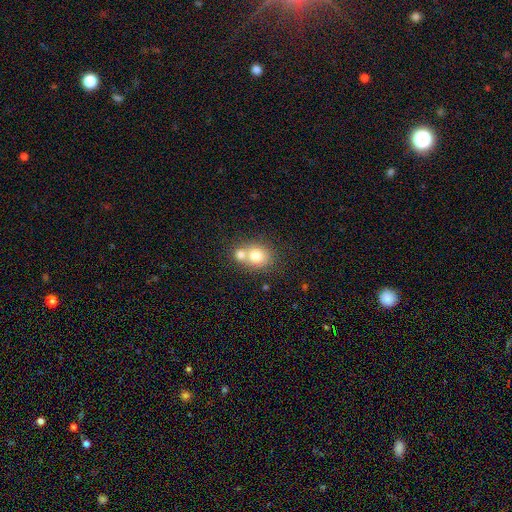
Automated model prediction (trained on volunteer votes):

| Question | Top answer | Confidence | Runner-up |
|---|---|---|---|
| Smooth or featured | smooth | 75% | featured or disk (16%) |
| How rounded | round | 70% | in between (29%) |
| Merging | merger | 55% | none (35%) |